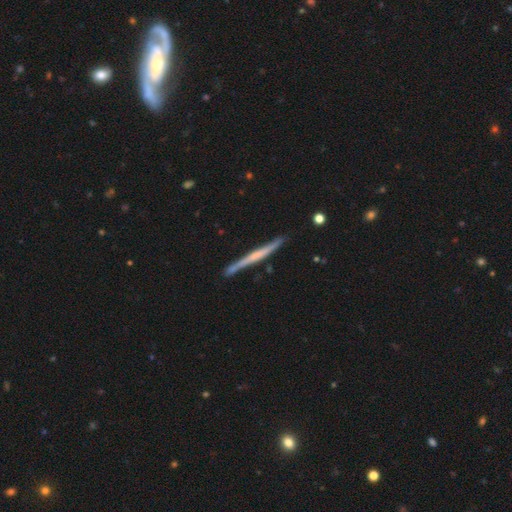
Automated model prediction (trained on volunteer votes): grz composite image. It shows a featured or disk galaxy (61%) viewed edge-on (97%) with no central bulge (67%). Merging: none (86%).